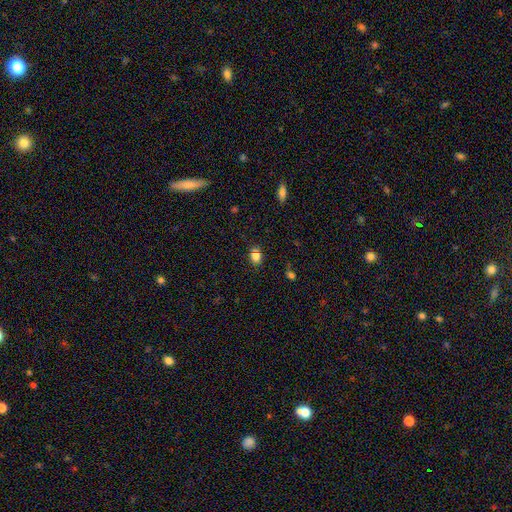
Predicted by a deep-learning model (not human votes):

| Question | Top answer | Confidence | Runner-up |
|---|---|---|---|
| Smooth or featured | smooth | 76% | star or artifact (17%) |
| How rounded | round | 51% | in between (47%) |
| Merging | none | 77% | minor disturbance (13%) |